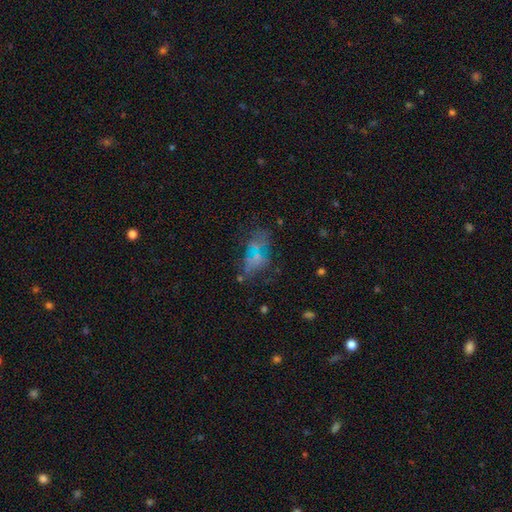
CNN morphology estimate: smooth_or_featured: smooth (p=0.40) [alt: featured or disk p=0.37]
merging: none (p=0.43) [alt: major disturbance p=0.23]